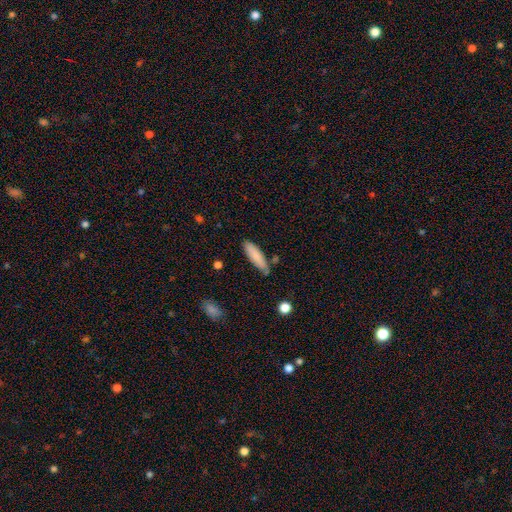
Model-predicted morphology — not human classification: The model was most divided on "how rounded": cigar-shaped: 61%, in between: 38%, round: 1%. More confident: smooth or featured — smooth (84%); merging — none (74%).